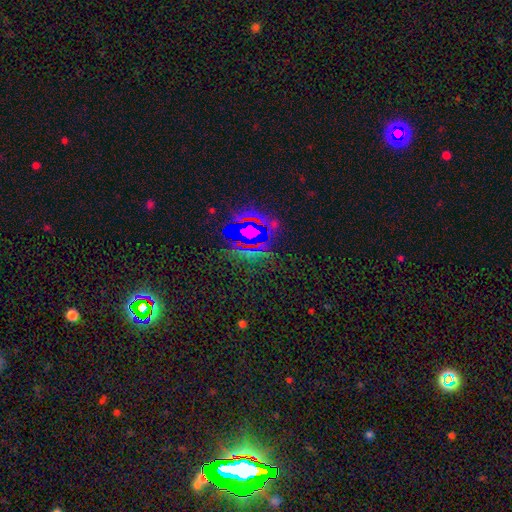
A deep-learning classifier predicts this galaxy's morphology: Overall: star or artifact (74%).